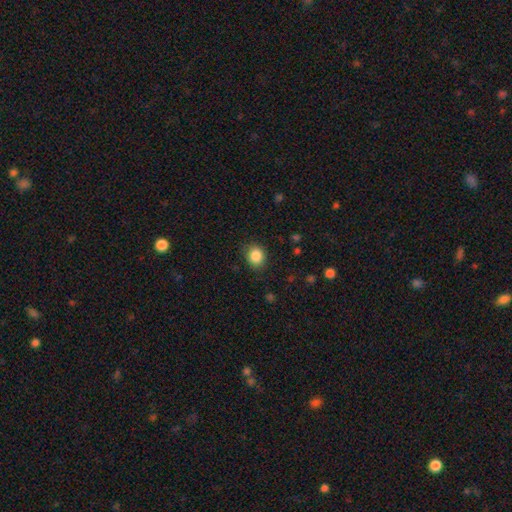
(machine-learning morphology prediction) A smooth galaxy with no disk features (86%) that is round (66%). Merging: none (84%).